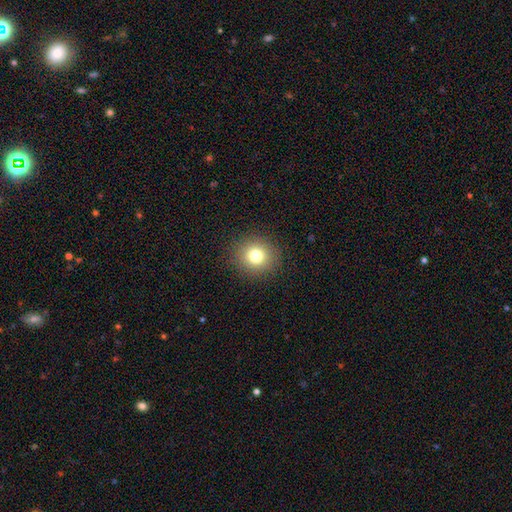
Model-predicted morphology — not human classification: smooth_or_featured: smooth (p=0.78) [alt: star or artifact p=0.13]
how_rounded: round (p=0.88) [alt: in between p=0.11]
merging: none (p=0.90) [alt: minor disturbance p=0.06]